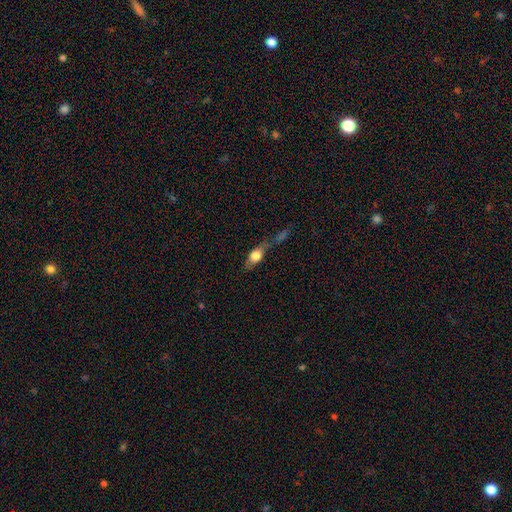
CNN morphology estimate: A smooth galaxy with no disk features (65%) that is in between round and cigar-shaped (68%).

Vote fractions:
- Smooth or featured? smooth: 65% / featured or disk: 27% / star or artifact: 9%
- How rounded? in between: 68% / cigar-shaped: 17% / round: 15%
- Merging? merger: 33% / none: 30% / minor disturbance: 19% / major disturbance: 18%